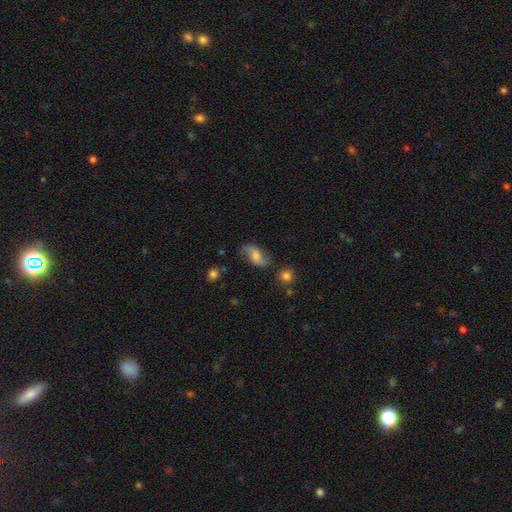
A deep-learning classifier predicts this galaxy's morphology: Smooth or featured?
  - featured or disk: 56% *
  - smooth: 35%
  - star or artifact: 9%
Edge-on disk?
  - no: 94% *
  - yes: 6%
Bar?
  - no: 47% *
  - weak: 41%
  - strong: 12%
Spiral arms?
  - yes: 90% *
  - no: 10%
Bulge size?
  - moderate: 37% *
  - small: 23%
  - none: 20%
  - large: 18%
  - dominant: 3%
Merging?
  - none: 69% *
  - minor disturbance: 20%
  - major disturbance: 8%
  - merger: 3%